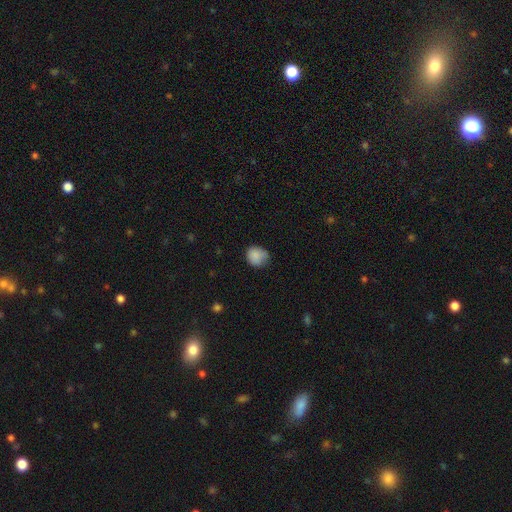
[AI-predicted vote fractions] A smooth galaxy with no disk features (84%) that is round (72%). Merging: none (56%).